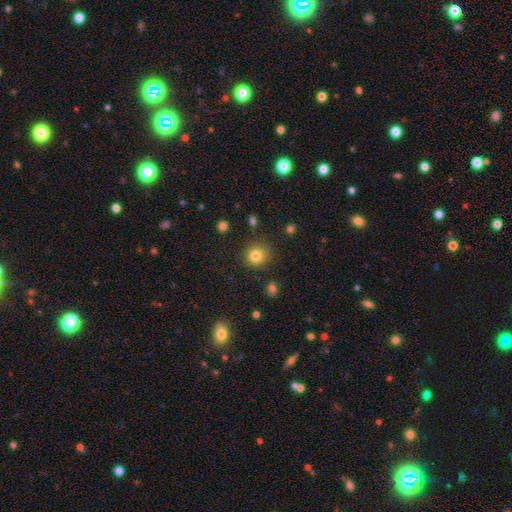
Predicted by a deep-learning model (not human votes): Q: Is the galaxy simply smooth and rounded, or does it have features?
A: smooth — 82%.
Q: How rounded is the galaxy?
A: round — 86%.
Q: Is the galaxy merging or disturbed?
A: none — 86%.